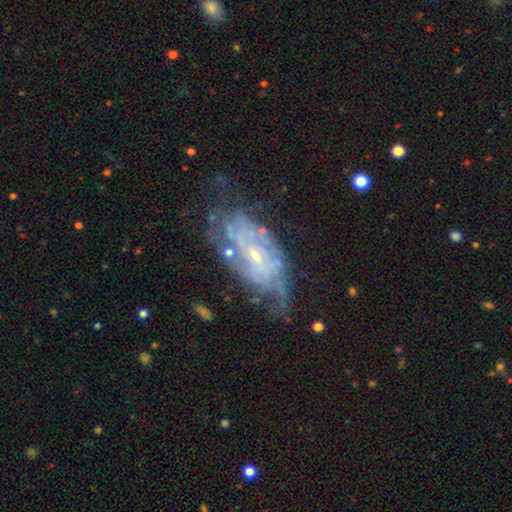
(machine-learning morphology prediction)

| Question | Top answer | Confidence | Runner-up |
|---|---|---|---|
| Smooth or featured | featured or disk | 78% | smooth (14%) |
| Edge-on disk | no | 93% | yes (7%) |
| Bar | no | 57% | weak (34%) |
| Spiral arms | yes | 80% | no (20%) |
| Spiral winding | tight | 52% | medium (33%) |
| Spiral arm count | can't tell | 56% | 2 (16%) |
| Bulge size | small | 76% | moderate (18%) |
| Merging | none | 51% | minor disturbance (27%) |